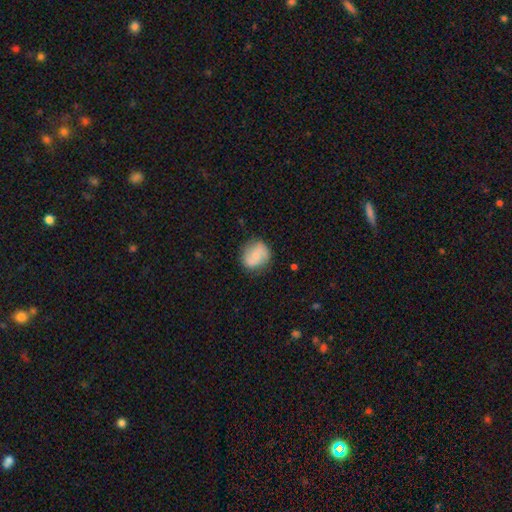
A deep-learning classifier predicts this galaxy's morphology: smooth_or_featured: smooth (p=0.51) [alt: featured or disk p=0.41]
how_rounded: round (p=0.72) [alt: in between p=0.27]
merging: none (p=0.75) [alt: minor disturbance p=0.18]